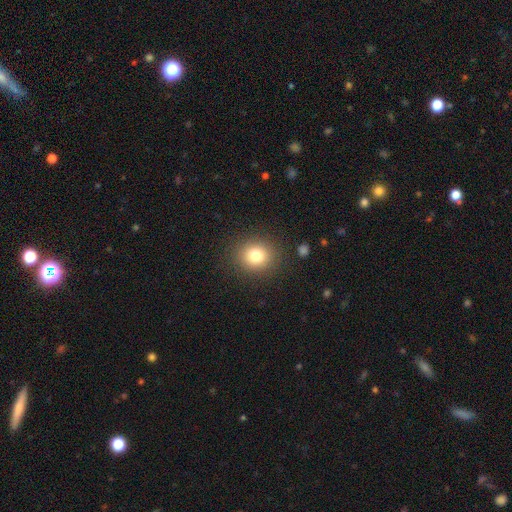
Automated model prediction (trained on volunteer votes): This is likely a smooth galaxy (79%). How rounded: clearly round (81%). Merging: clearly none (88%).